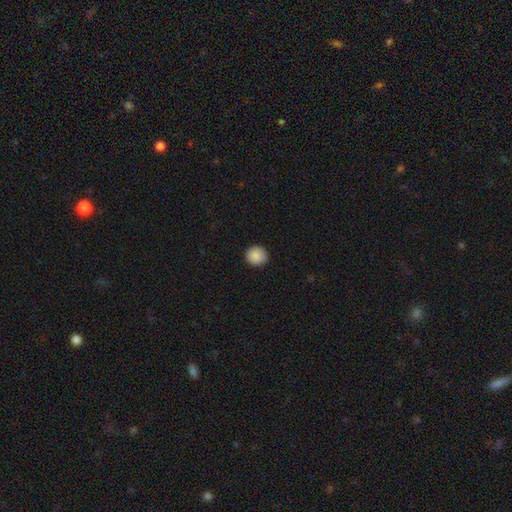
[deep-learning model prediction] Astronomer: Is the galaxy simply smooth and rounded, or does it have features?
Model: smooth — 89%.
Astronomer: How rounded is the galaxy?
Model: round — 89%.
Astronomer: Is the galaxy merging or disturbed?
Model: none — 90%.